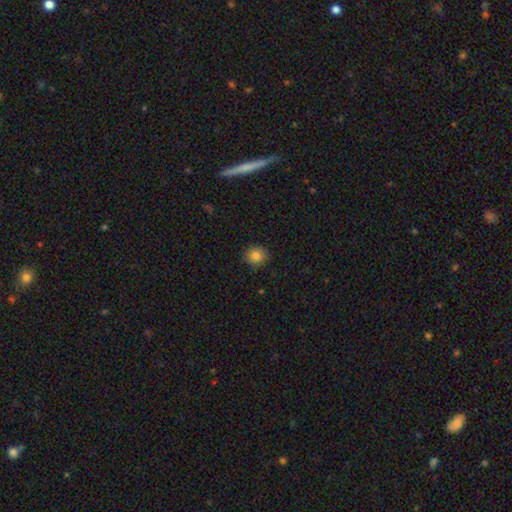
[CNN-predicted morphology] Smooth or featured? smooth (84%)
How rounded? round (86%)
Merging? none (89%)